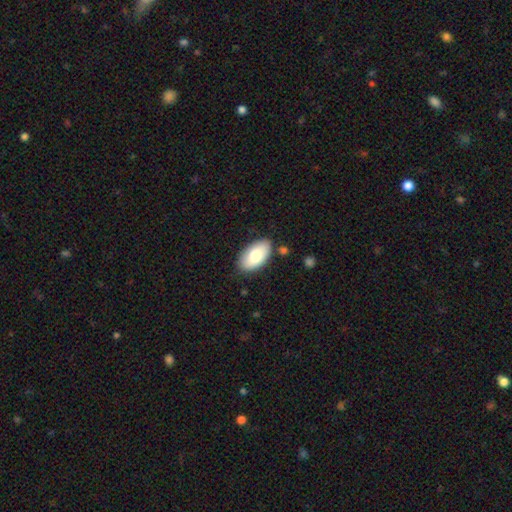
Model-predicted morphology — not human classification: Overall: smooth (78%). How rounded: in between (96%). Merging: none (82%).